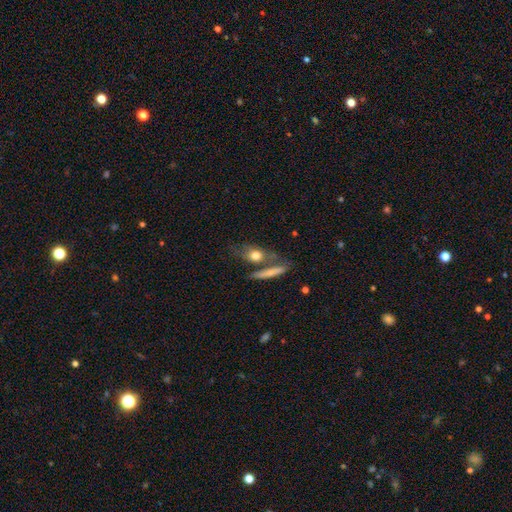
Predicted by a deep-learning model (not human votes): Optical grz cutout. It shows a smooth galaxy with no disk features (69%) that is in between round and cigar-shaped (50%). Merging: none (50%).